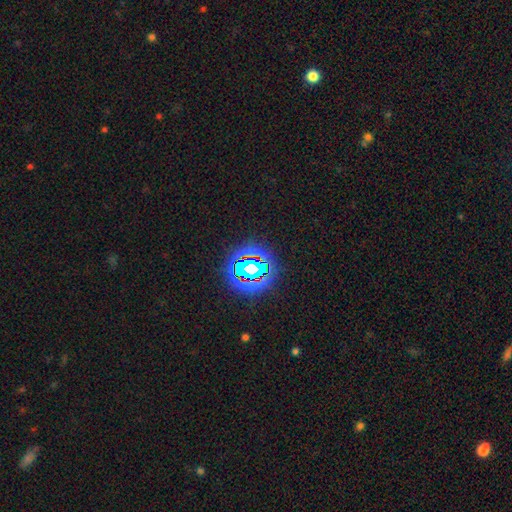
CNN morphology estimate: Smooth or featured? Predicted: star or artifact (p=0.82).